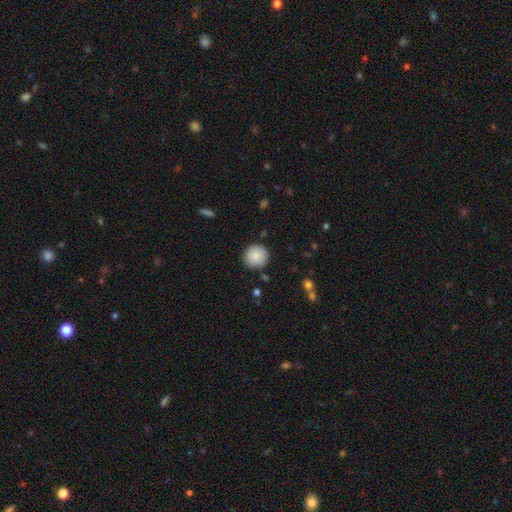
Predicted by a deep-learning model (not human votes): Q: Smooth or featured?
A: smooth (87%); runner-up: star or artifact (7%)
Q: How rounded?
A: round (93%); runner-up: in between (6%)
Q: Merging?
A: none (87%); runner-up: minor disturbance (9%)